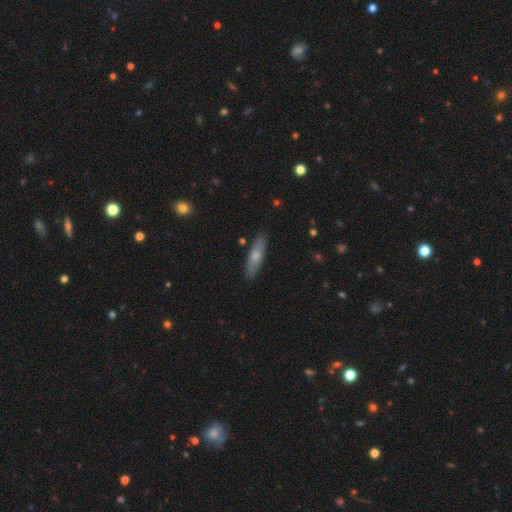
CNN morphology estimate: A smooth galaxy with no disk features (66%) that is cigar-shaped (62%). Merging: none (88%).